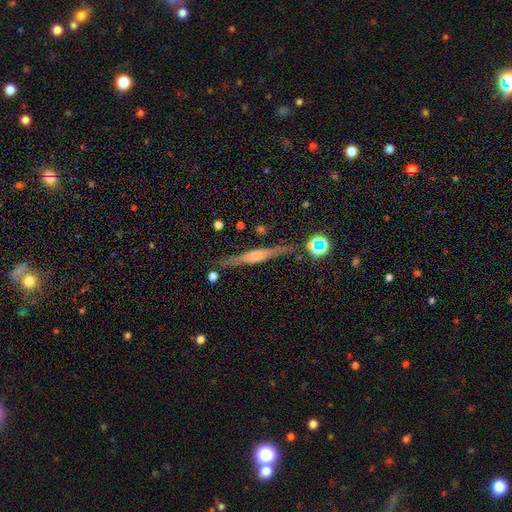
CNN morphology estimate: Q: Smooth or featured?
A: featured or disk (69%); runner-up: smooth (22%)
Q: Edge-on disk?
A: yes (96%); runner-up: no (4%)
Q: Edge-on bulge?
A: rounded (66%); runner-up: boxy (19%)
Q: Merging?
A: none (85%); runner-up: minor disturbance (10%)